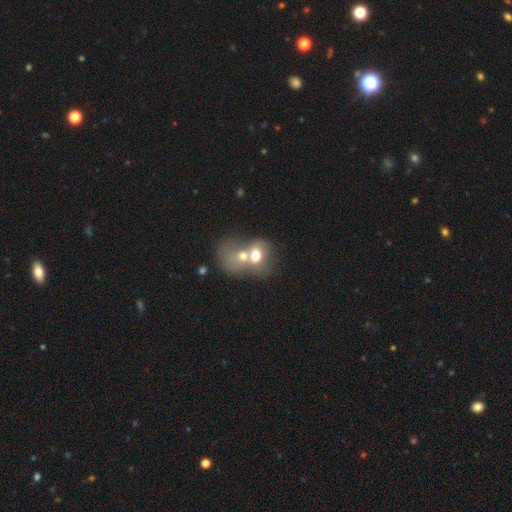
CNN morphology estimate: smooth_or_featured: smooth (p=0.61) [alt: featured or disk p=0.30]
how_rounded: in between (p=0.53) [alt: round p=0.45]
merging: merger (p=0.77) [alt: none p=0.11]